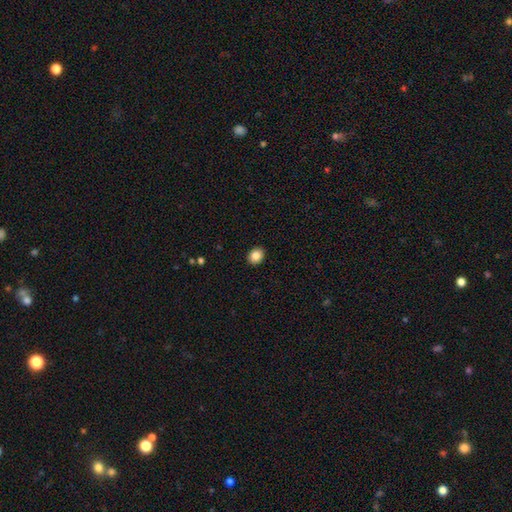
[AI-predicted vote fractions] A smooth galaxy with no disk features (85%) that is round (54%). Merging: none (91%).